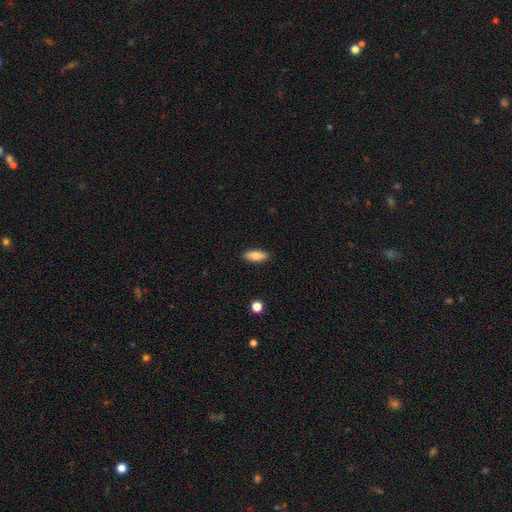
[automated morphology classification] Overall: smooth (83%). How rounded: in between (75%). Merging: none (90%).